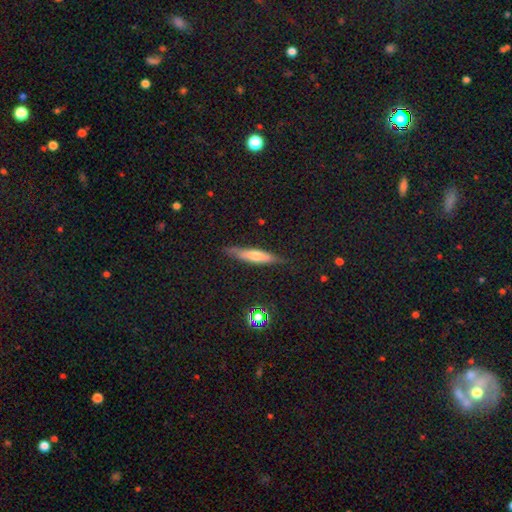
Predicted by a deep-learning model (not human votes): Q: Smooth or featured?
A: smooth (47%); runner-up: featured or disk (44%)
Q: Merging?
A: none (85%); runner-up: minor disturbance (11%)